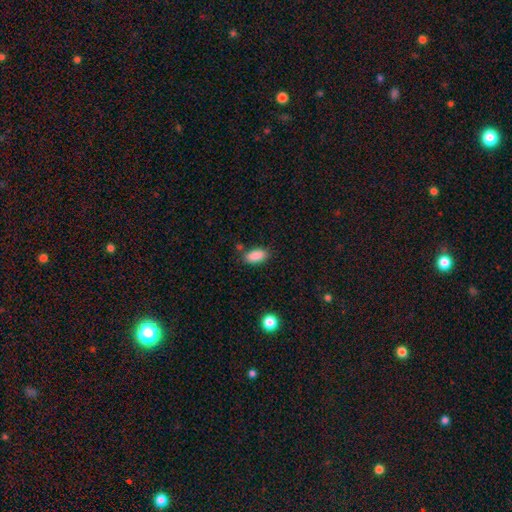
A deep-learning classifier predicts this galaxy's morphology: Smooth or featured? Predicted: smooth (p=0.89). How rounded? Predicted: in between (p=0.90). Merging? Predicted: none (p=0.79).